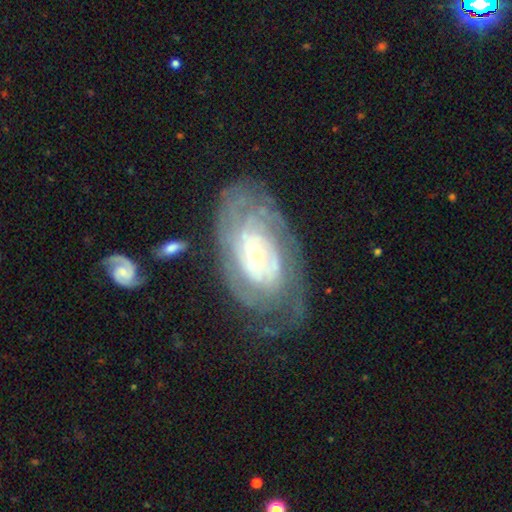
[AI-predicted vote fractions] Smooth or featured? Predicted: featured or disk (p=0.82). Edge-on disk? Predicted: no (p=0.95). Bar? Predicted: no (p=0.74). Spiral arms? Predicted: yes (p=0.89). Spiral winding? Predicted: tight (p=0.73). Spiral arm count? Predicted: can't tell (p=0.54). Bulge size? Predicted: small (p=0.65). Merging? Predicted: none (p=0.61).